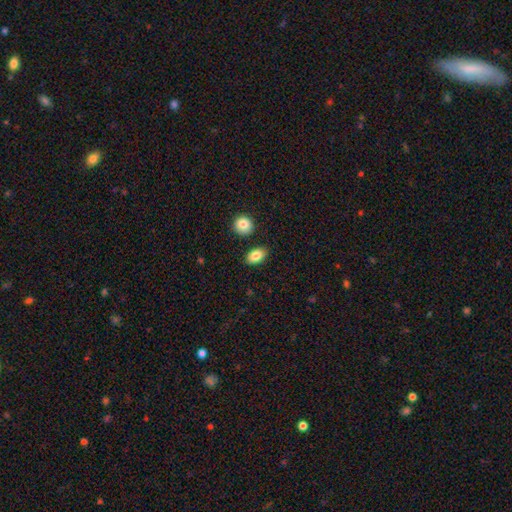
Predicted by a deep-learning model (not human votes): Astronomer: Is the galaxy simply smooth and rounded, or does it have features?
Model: smooth — 85%.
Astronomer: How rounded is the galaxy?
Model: in between — 87%.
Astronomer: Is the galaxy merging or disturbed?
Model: none — 85%.